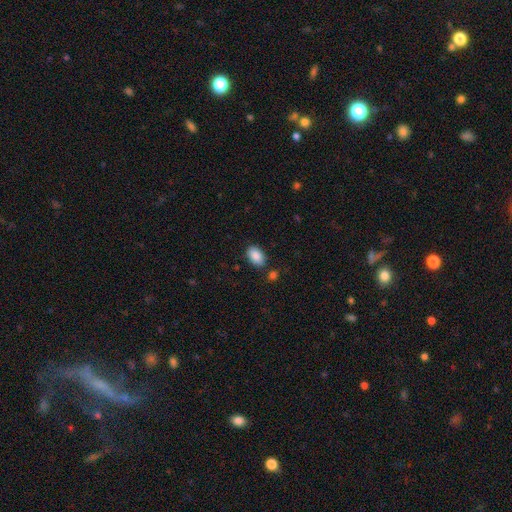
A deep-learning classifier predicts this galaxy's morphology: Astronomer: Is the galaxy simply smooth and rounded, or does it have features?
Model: smooth — 89%.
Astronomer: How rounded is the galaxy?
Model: in between — 91%.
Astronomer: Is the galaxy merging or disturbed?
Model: none — 81%.